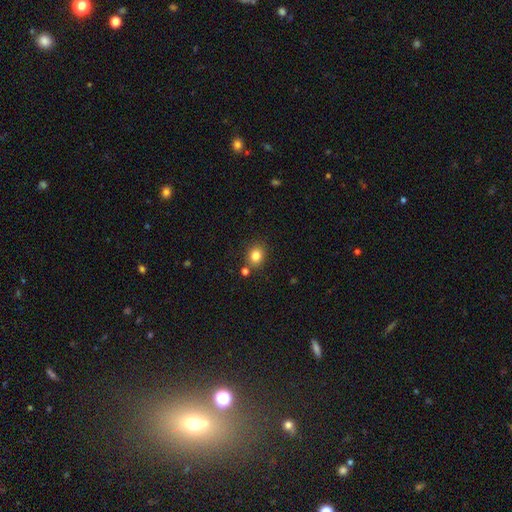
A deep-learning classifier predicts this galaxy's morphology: smooth-or-featured: smooth: 82% | star or artifact: 11% | featured or disk: 6%
  how-rounded: round: 63% | in between: 37% | cigar-shaped: 1%
  merging: none: 79% | minor disturbance: 10% | merger: 8% | major disturbance: 3%